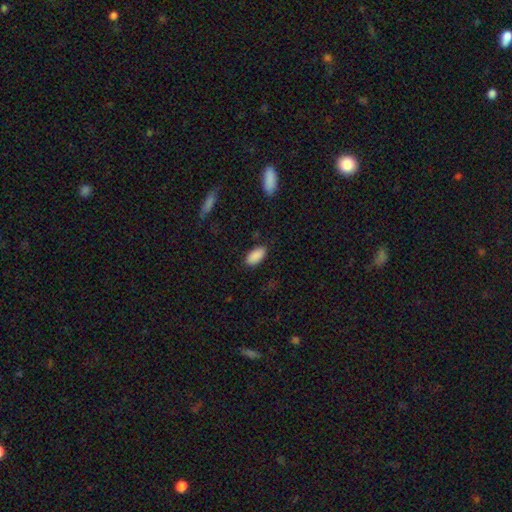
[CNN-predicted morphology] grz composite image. It shows a smooth galaxy with no disk features (90%) that is in between round and cigar-shaped (94%). Merging: none (86%).